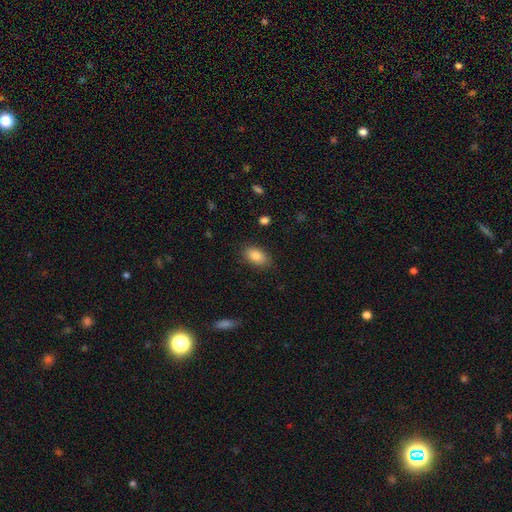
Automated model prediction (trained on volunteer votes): smooth 86%, star or artifact 8%, featured or disk 7%. Down the decision tree: how rounded — in between (91%); merging — none (85%).